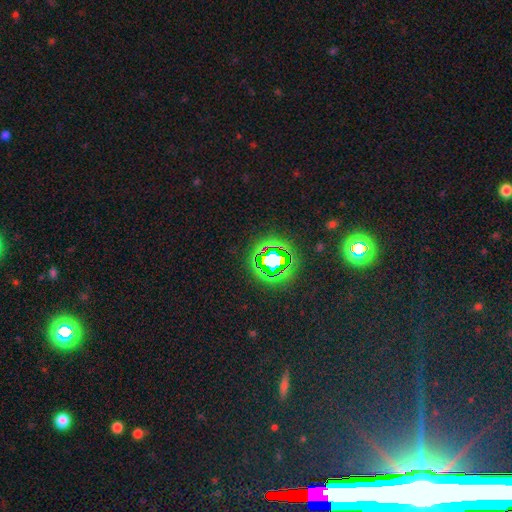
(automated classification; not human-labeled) A star or artifact, not a galaxy (75%).